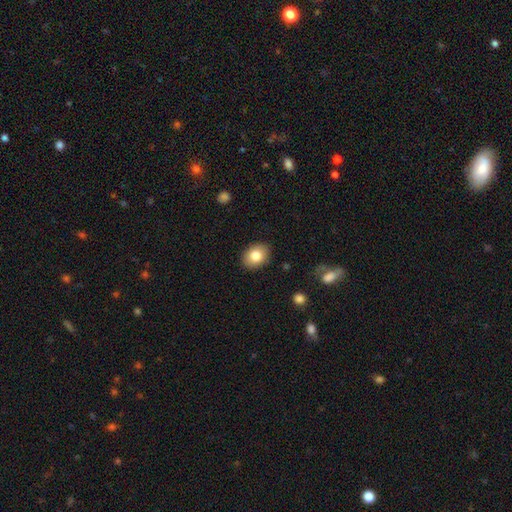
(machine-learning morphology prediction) This is clearly a smooth galaxy (82%). How rounded: likely in between (63%). Merging: clearly none (88%).